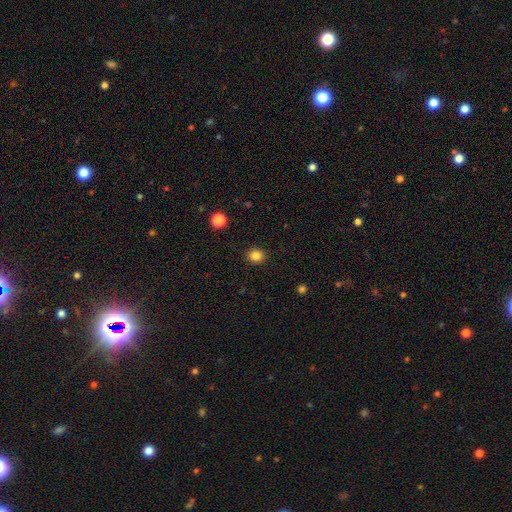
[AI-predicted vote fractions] Smooth or featured? Predicted: smooth (p=0.85). How rounded? Predicted: round (p=0.78). Merging? Predicted: none (p=0.91).